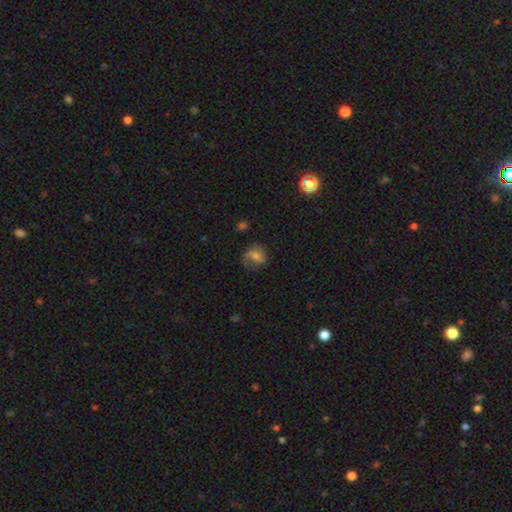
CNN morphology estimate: type=smooth (56%); roundness=round (57%); merging=none (58%).